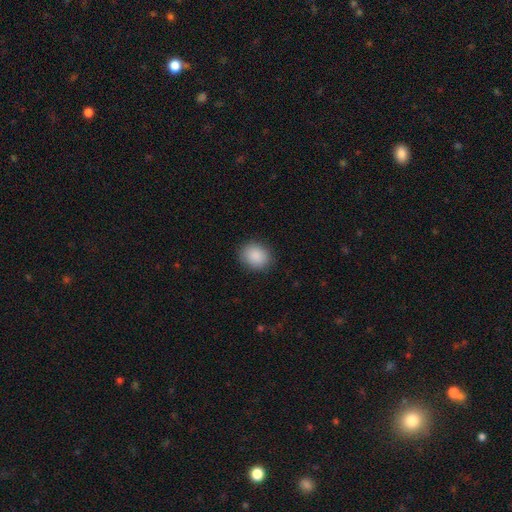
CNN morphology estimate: This appears to be a smooth galaxy with no disk features (89%) that is round (66%). Merging: none (88%).